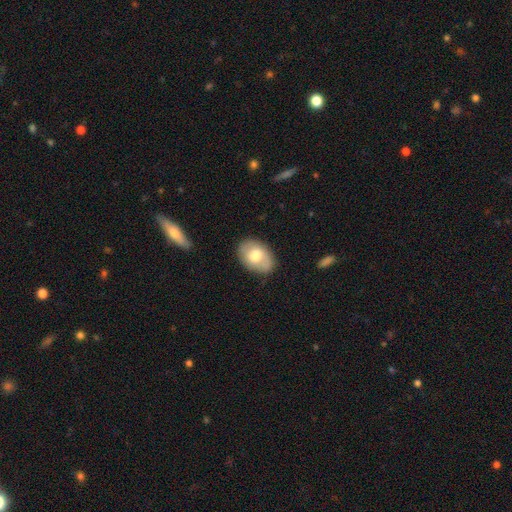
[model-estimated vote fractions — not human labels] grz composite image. It shows a smooth galaxy with no disk features (65%) that is in between round and cigar-shaped (84%). Merging: none (80%).